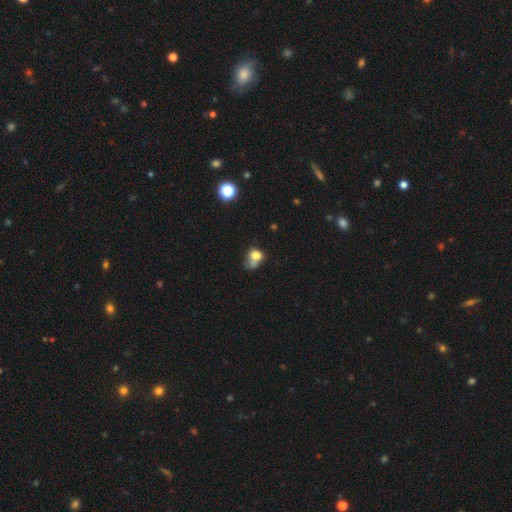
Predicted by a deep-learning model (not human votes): The model was most divided on "how rounded": round: 54%, in between: 45%, cigar-shaped: 1%. Remaining: smooth or featured — smooth (72%); merging — merger (37%).